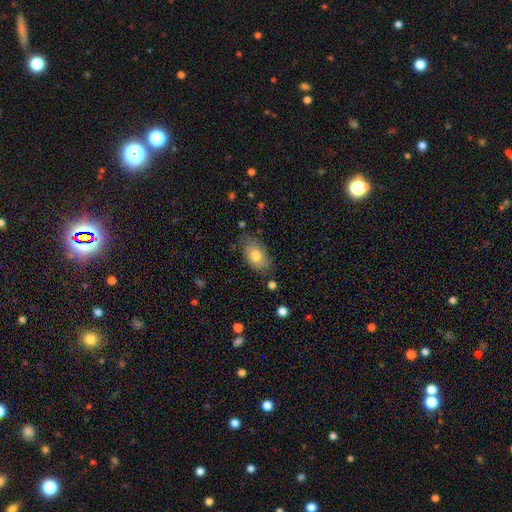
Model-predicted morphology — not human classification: smooth_or_featured: smooth (p=0.77) [alt: featured or disk p=0.16]
how_rounded: in between (p=0.90) [alt: round p=0.08]
merging: none (p=0.69) [alt: minor disturbance p=0.23]